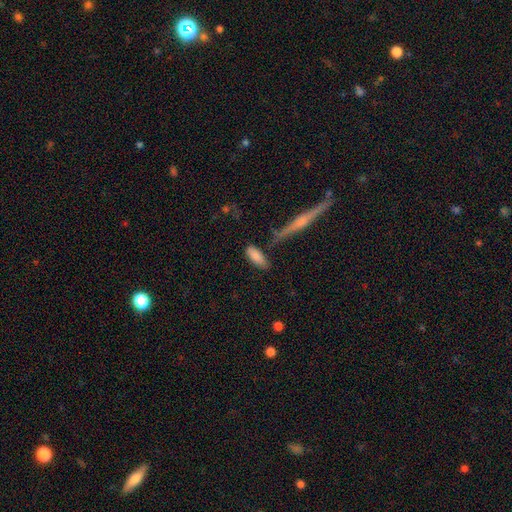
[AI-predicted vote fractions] This appears to be a smooth galaxy with no disk features (84%) that is in between round and cigar-shaped (74%). Merging: none (69%).